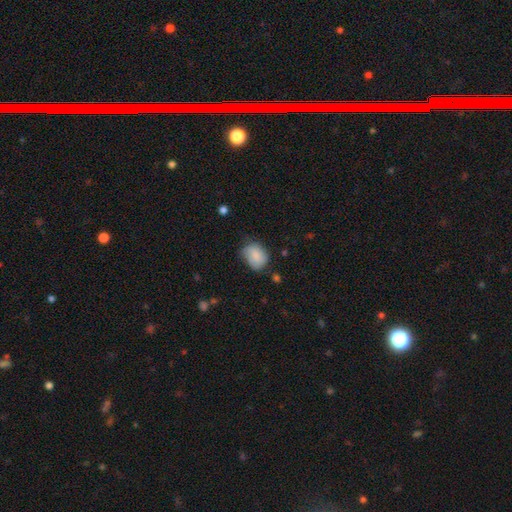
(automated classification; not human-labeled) Smooth or featured? smooth (81%)
How rounded? in between (61%)
Merging? none (52%)